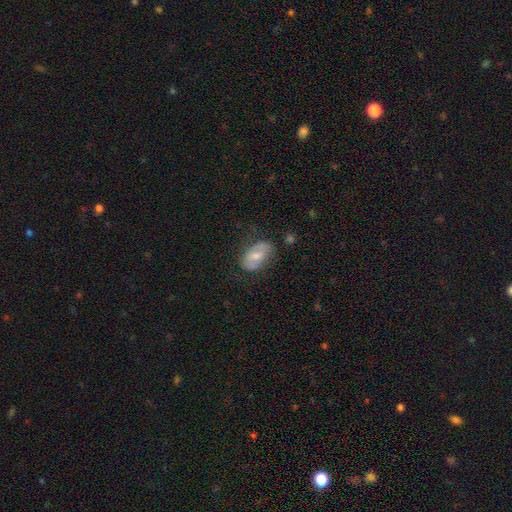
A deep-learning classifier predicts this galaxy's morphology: Smooth or featured? Predicted: smooth (p=0.52). How rounded? Predicted: in between (p=0.89). Merging? Predicted: none (p=0.63).